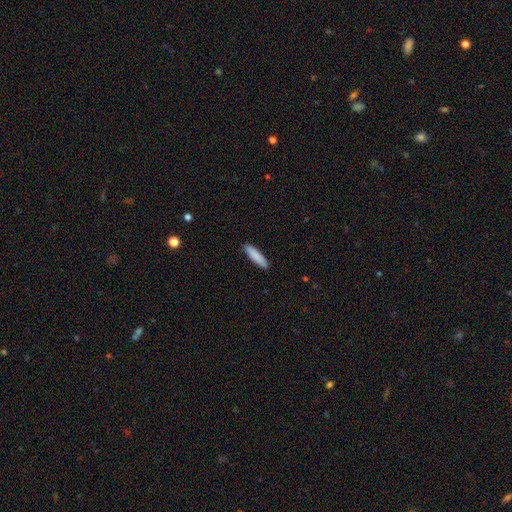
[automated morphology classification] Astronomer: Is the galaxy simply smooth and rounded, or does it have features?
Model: smooth — 88%.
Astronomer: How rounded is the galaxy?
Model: cigar-shaped — 77%.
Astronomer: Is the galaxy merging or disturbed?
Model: none — 90%.